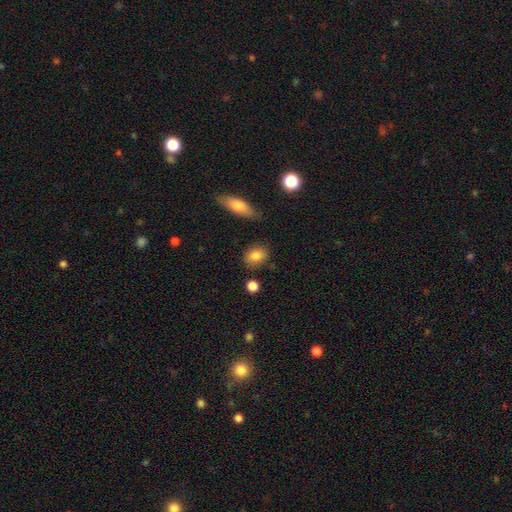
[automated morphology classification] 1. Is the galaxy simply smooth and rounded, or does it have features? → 84% smooth, 8% star or artifact, 8% featured or disk.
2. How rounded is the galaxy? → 57% in between, 40% round, 3% cigar-shaped.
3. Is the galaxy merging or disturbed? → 81% none, 12% minor disturbance, 4% merger, 3% major disturbance.